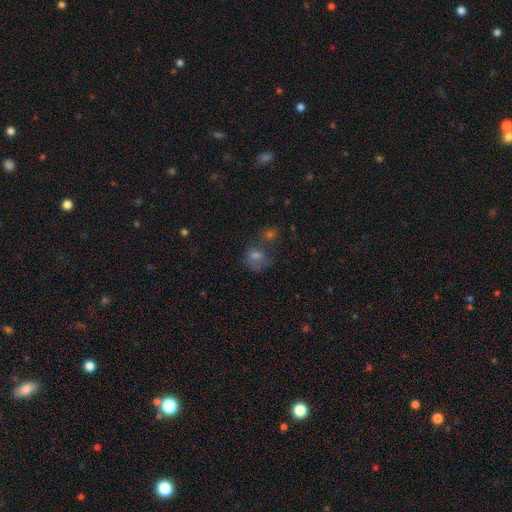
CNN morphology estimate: The model was most divided on "merging": none: 40%, merger: 26%, minor disturbance: 18%, major disturbance: 16%. More confident: how rounded — round (61%); smooth or featured — smooth (54%).